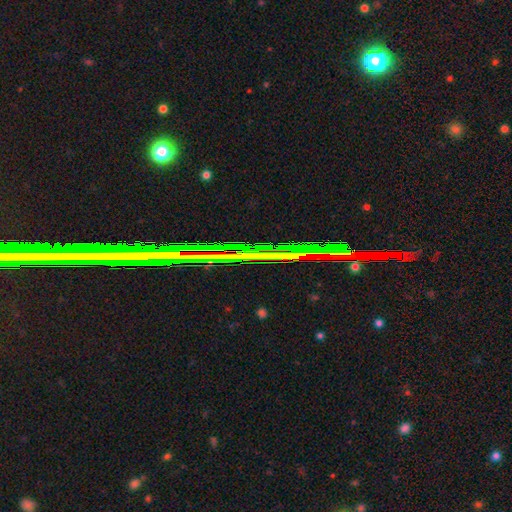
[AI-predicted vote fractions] Morphology: type=star or artifact (79%).